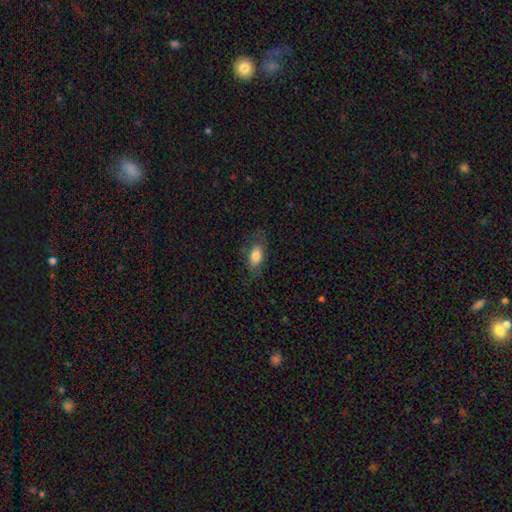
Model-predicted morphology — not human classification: The model was most divided on "merging": none: 69%, minor disturbance: 20%, major disturbance: 10%, merger: 1%. More confident: how rounded — in between (87%); smooth or featured — smooth (76%).